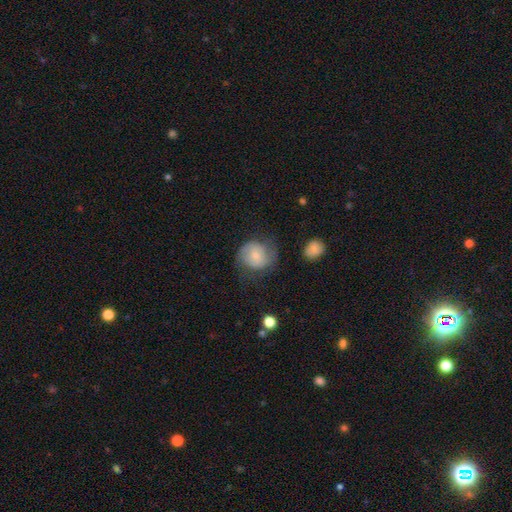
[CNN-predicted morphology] smooth-or-featured: smooth: 60% | featured or disk: 33% | star or artifact: 8%
  how-rounded: round: 79% | in between: 20% | cigar-shaped: 1%
  merging: none: 56% | minor disturbance: 26% | major disturbance: 16% | merger: 2%